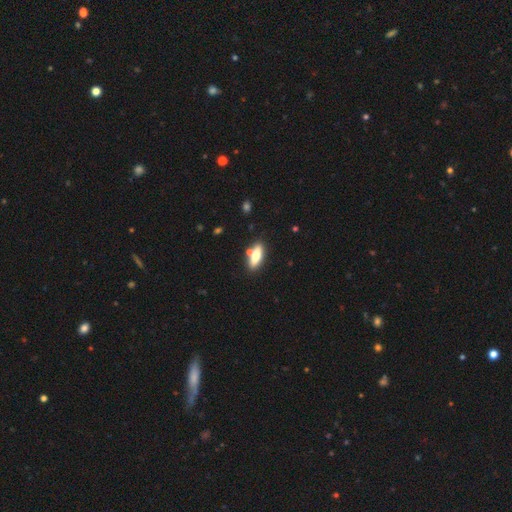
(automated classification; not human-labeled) smooth_or_featured: smooth (p=0.67) [alt: featured or disk p=0.26]
how_rounded: in between (p=0.62) [alt: cigar-shaped p=0.35]
merging: none (p=0.73) [alt: merger p=0.13]